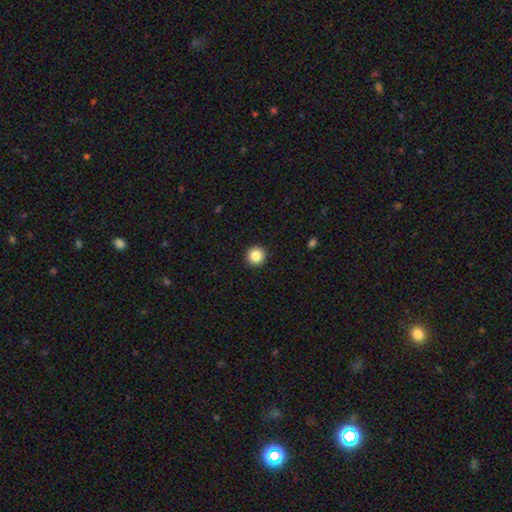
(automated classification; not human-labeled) A smooth galaxy with no disk features (86%) that is round (96%).

Vote fractions:
- Smooth or featured? smooth: 86% / star or artifact: 9% / featured or disk: 5%
- How rounded? round: 96% / in between: 3% / cigar-shaped: 1%
- Merging? none: 94% / minor disturbance: 4% / major disturbance: 1% / merger: 1%